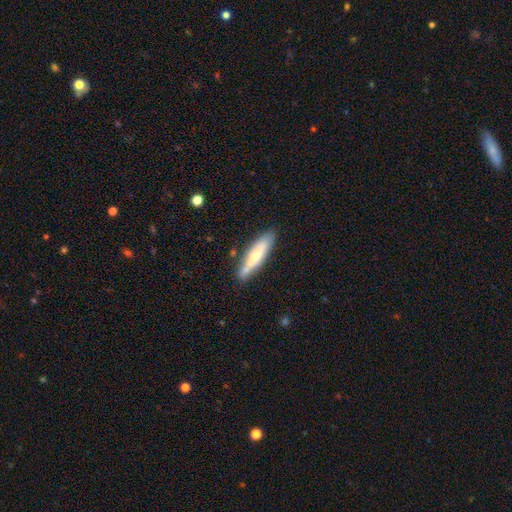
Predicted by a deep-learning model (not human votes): A smooth galaxy with no disk features (57%) that is cigar-shaped (74%).

Vote fractions:
- Smooth or featured? smooth: 57% / featured or disk: 37% / star or artifact: 6%
- How rounded? cigar-shaped: 74% / in between: 25% / round: 1%
- Merging? none: 75% / minor disturbance: 16% / merger: 5% / major disturbance: 3%